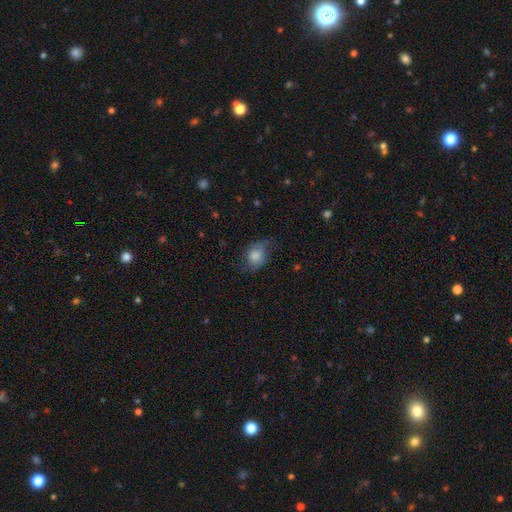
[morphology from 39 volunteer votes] smooth-or-featured: smooth: 74% | featured or disk: 21% | star or artifact: 5%
  how-rounded: in between: 55% | round: 45% | cigar-shaped: 0%
  merging: none: 57% | minor disturbance: 22% | major disturbance: 22% | merger: 0%